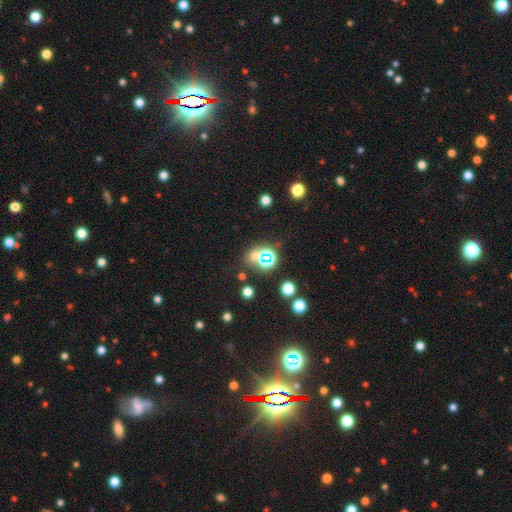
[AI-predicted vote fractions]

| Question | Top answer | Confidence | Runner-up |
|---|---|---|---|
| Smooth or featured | star or artifact | 49% | smooth (39%) |